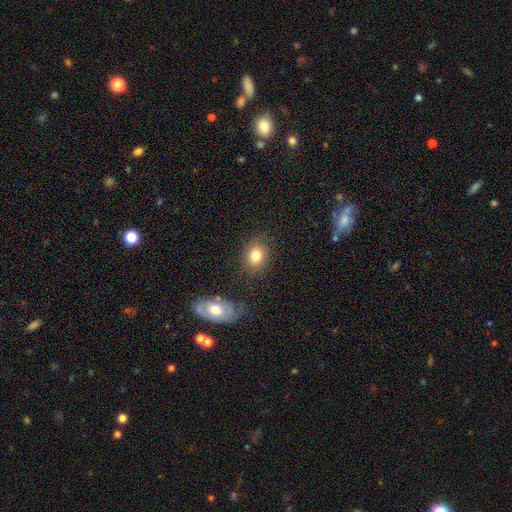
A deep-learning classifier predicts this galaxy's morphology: Smooth or featured? smooth (80%)
How rounded? round (58%)
Merging? none (82%)